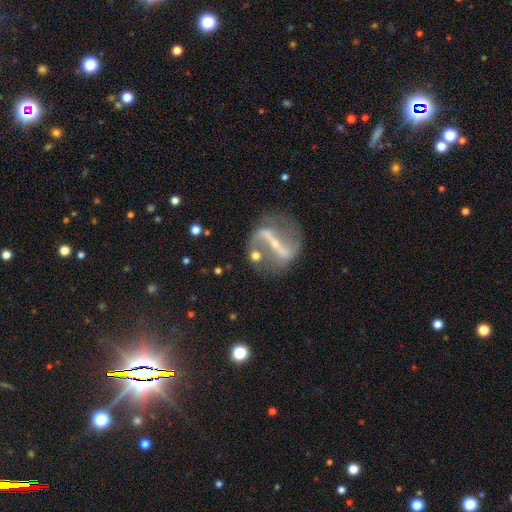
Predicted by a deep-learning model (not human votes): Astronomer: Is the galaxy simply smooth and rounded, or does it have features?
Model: featured or disk — 84%.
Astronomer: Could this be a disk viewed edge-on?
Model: no — 94%.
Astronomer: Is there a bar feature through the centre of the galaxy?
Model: strong — 73%.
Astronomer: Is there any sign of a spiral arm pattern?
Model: yes — 81%.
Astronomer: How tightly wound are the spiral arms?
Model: loose — 57% (runner-up: medium, 33%).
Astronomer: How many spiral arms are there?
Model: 2 — 89%.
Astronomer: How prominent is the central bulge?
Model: small — 70%.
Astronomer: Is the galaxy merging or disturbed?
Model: none — 64%.